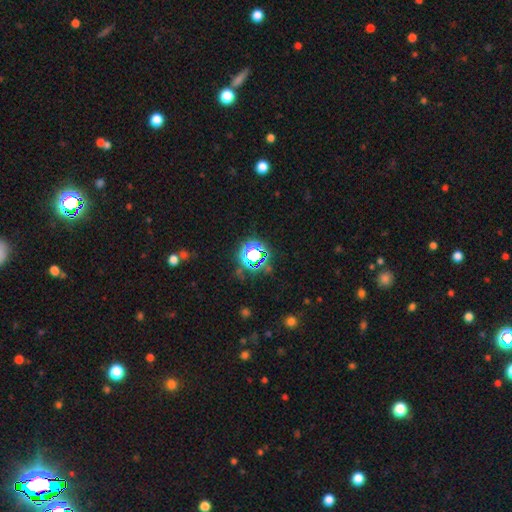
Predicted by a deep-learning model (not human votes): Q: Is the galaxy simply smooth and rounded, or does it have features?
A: star or artifact — 69%.